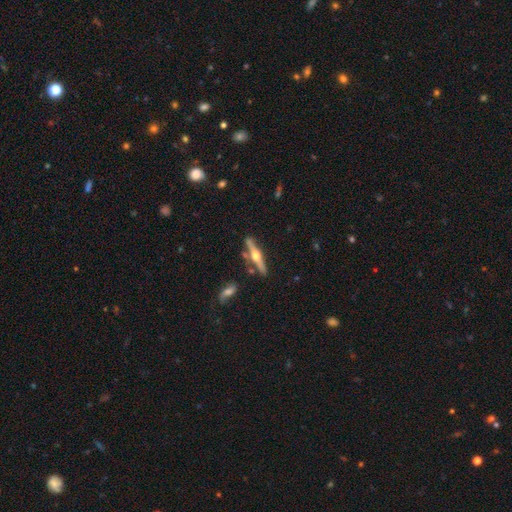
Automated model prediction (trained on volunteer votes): featured or disk 74%, smooth 20%, star or artifact 6%. Down the decision tree: edge-on disk — yes (97%); edge-on bulge — rounded (96%); merging — none (79%).